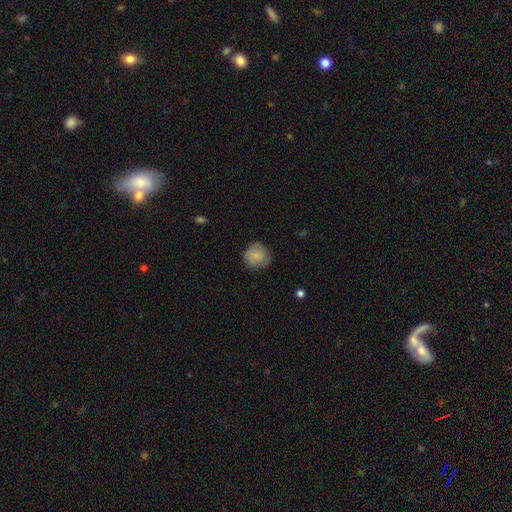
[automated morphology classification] A smooth galaxy with no disk features (80%) that is round (89%).

Vote fractions:
- Smooth or featured? smooth: 80% / featured or disk: 13% / star or artifact: 7%
- How rounded? round: 89% / in between: 10% / cigar-shaped: 1%
- Merging? none: 75% / minor disturbance: 20% / major disturbance: 5% / merger: 1%